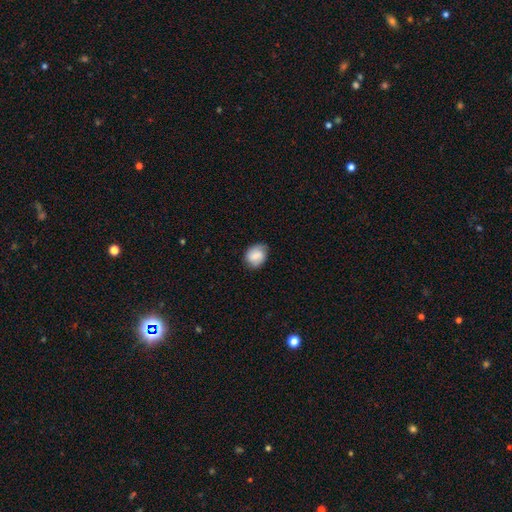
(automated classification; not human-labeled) Smooth or featured: smooth — 72% (featured or disk — 20%)
How rounded: round — 50% (in between — 49%)
Merging: none — 75% (minor disturbance — 20%)